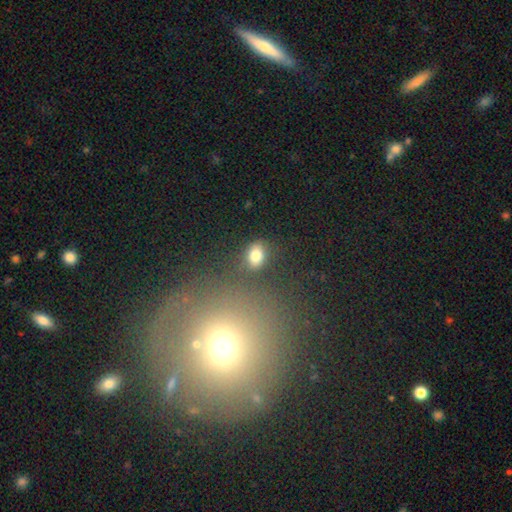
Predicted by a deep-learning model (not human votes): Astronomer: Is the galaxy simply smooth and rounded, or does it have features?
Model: smooth — 81%.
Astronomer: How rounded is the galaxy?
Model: in between — 74%.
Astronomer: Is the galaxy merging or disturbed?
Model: none — 76%.